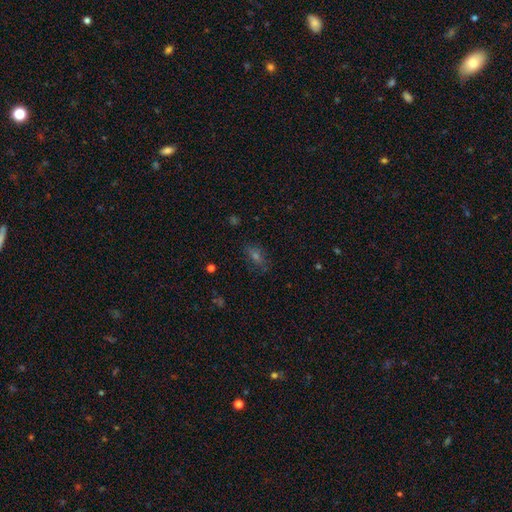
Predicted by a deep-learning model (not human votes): Q: Smooth or featured?
A: smooth (44%); runner-up: star or artifact (31%)
Q: Merging?
A: none (78%); runner-up: minor disturbance (15%)